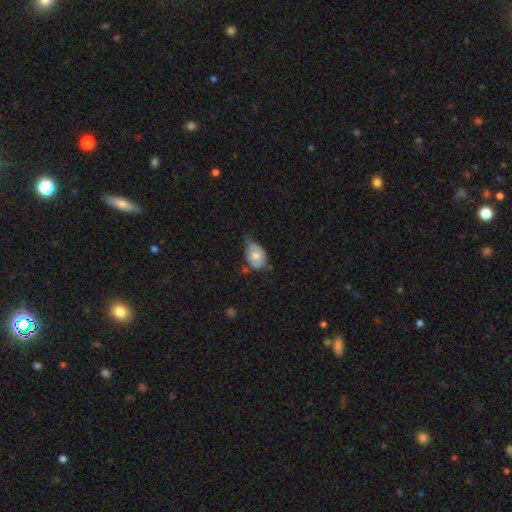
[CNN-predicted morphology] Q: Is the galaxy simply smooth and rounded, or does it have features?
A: smooth — 56%.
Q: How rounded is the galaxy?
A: in between — 76%.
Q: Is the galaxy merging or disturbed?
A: minor disturbance — 45%.